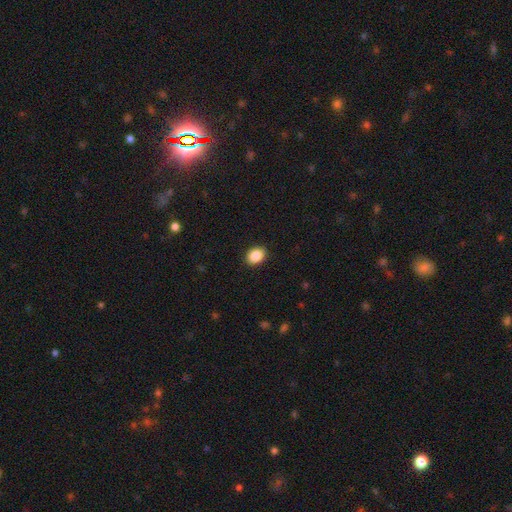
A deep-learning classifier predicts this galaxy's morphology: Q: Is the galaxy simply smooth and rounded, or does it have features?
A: smooth — 88%.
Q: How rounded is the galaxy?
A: in between — 66%.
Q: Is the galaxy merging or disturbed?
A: none — 91%.